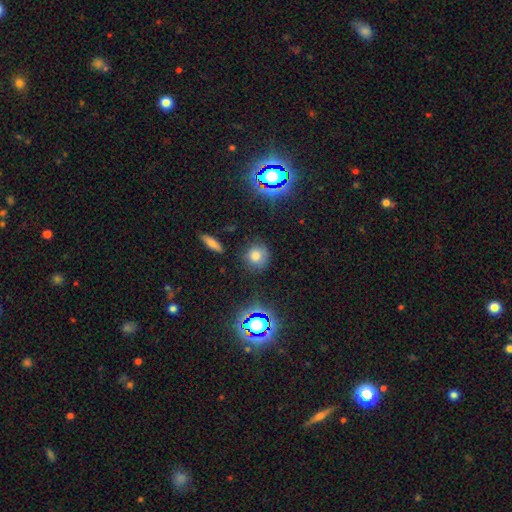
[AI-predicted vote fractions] A smooth galaxy with no disk features (71%) that is round (88%).

Vote fractions:
- Smooth or featured? smooth: 71% / star or artifact: 21% / featured or disk: 8%
- How rounded? round: 88% / in between: 10% / cigar-shaped: 1%
- Merging? none: 81% / minor disturbance: 13% / major disturbance: 4% / merger: 3%